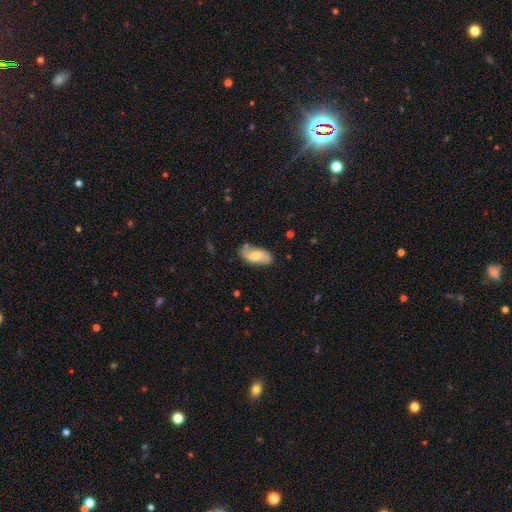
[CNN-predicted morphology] smooth_or_featured: featured or disk (p=0.51) [alt: smooth p=0.43]
disk_edge_on: no (p=0.92) [alt: yes p=0.08]
merging: none (p=0.75) [alt: minor disturbance p=0.18]